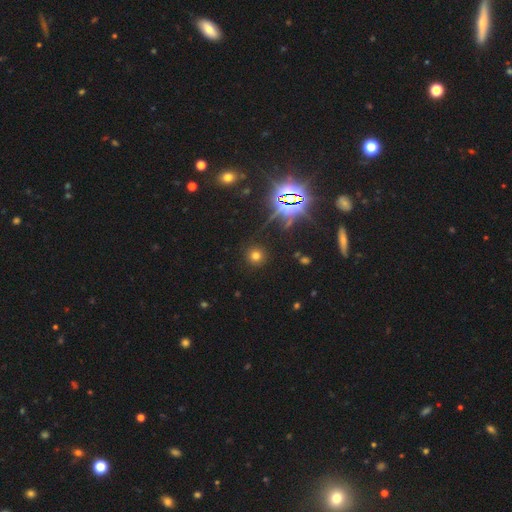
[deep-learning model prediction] smooth_or_featured: smooth (p=0.65) [alt: star or artifact p=0.27]
how_rounded: round (p=0.94) [alt: in between p=0.05]
merging: none (p=0.90) [alt: minor disturbance p=0.06]